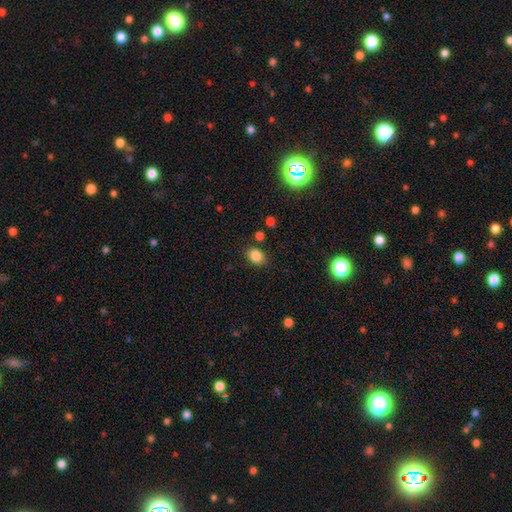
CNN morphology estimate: type=smooth (84%); roundness=in between (62%); merging=none (81%).